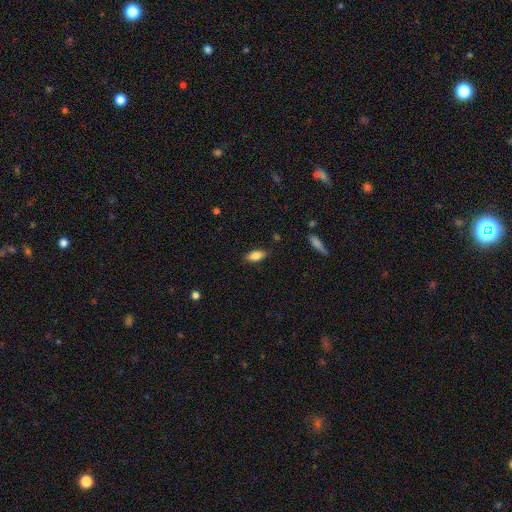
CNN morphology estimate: Q: Smooth or featured?
A: smooth (84%); runner-up: featured or disk (9%)
Q: How rounded?
A: in between (86%); runner-up: cigar-shaped (11%)
Q: Merging?
A: none (85%); runner-up: minor disturbance (11%)